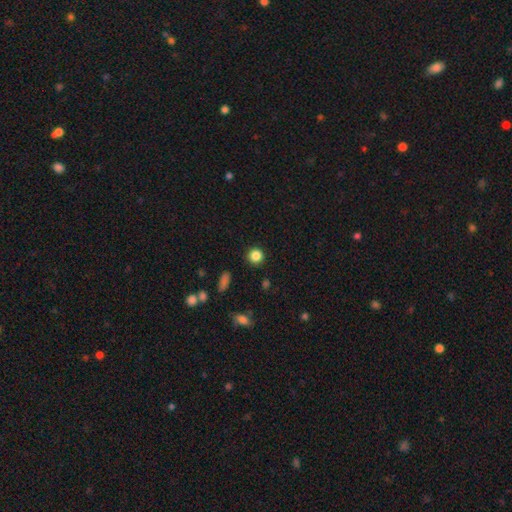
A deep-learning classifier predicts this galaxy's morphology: A smooth galaxy with no disk features (84%) that is round (93%). Merging: none (91%).